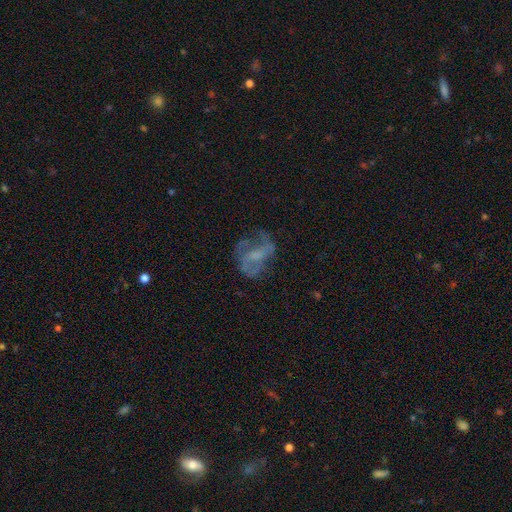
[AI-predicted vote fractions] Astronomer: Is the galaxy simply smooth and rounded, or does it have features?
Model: featured or disk — 67%.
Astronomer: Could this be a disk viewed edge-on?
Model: no — 97%.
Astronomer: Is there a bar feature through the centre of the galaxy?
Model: no — 50% (runner-up: weak, 38%).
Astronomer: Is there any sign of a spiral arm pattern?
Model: yes — 64%.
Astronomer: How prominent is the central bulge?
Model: small — 36% (runner-up: none, 33%).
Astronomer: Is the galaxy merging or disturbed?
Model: none — 49% (runner-up: major disturbance, 28%).